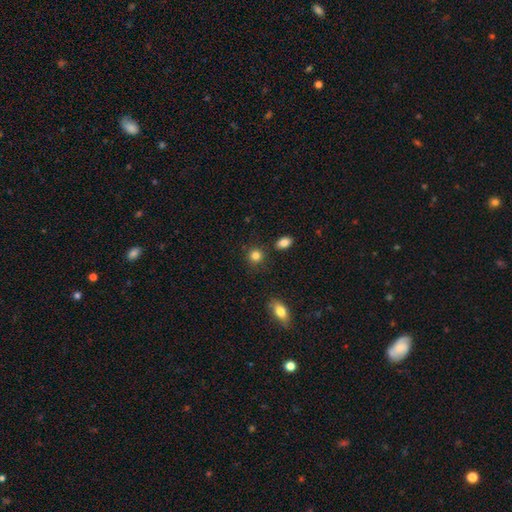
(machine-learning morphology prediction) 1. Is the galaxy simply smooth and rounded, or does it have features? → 85% smooth, 10% star or artifact, 5% featured or disk.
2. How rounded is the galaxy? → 84% round, 15% in between, 1% cigar-shaped.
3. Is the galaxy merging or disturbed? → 84% none, 9% minor disturbance, 5% merger, 3% major disturbance.